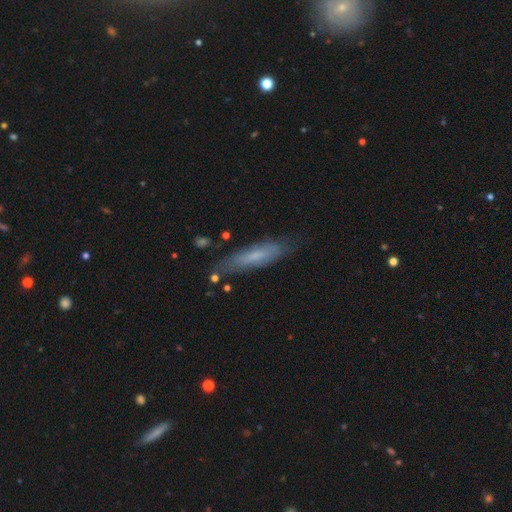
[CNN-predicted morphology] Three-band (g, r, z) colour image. It shows a smooth galaxy with no disk features (60%) that is cigar-shaped (75%). Merging: none (77%).